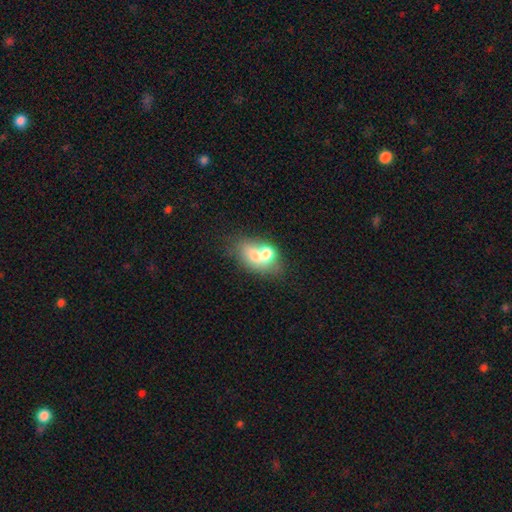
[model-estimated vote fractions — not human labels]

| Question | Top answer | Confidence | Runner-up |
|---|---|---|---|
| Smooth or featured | smooth | 64% | featured or disk (26%) |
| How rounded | in between | 69% | round (30%) |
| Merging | merger | 60% | none (23%) |